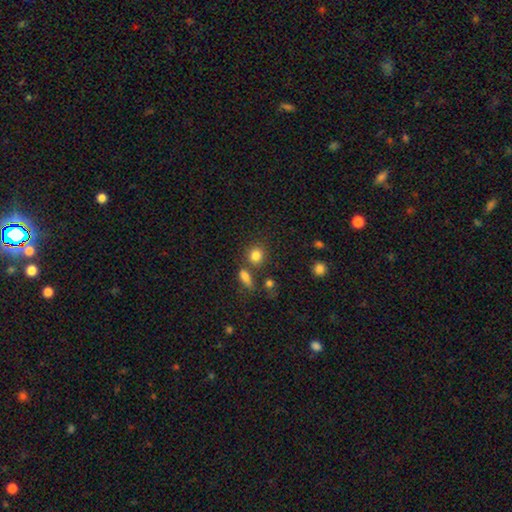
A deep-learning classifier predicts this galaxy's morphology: A smooth galaxy with no disk features (83%) that is round (80%).

Vote fractions:
- Smooth or featured? smooth: 83% / star or artifact: 11% / featured or disk: 6%
- How rounded? round: 80% / in between: 18% / cigar-shaped: 2%
- Merging? none: 69% / merger: 16% / minor disturbance: 10% / major disturbance: 4%